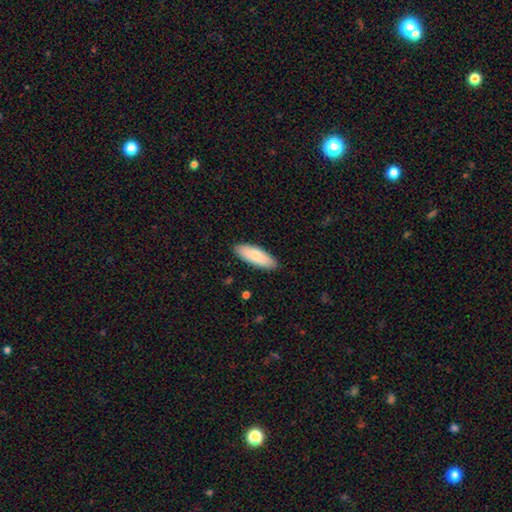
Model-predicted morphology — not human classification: This is clearly a smooth galaxy (83%). How rounded: likely in between (66%). Merging: clearly none (88%).